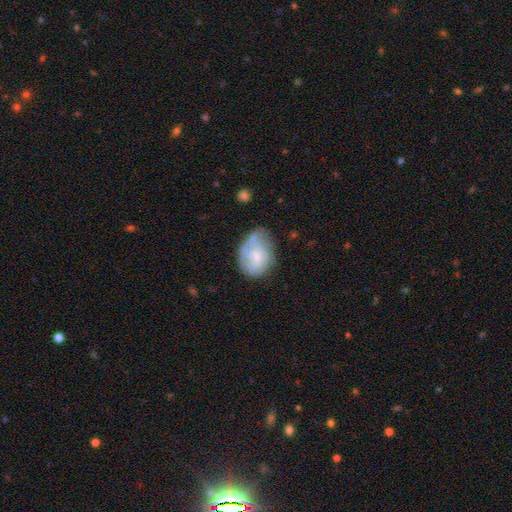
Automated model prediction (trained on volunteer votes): The model was most divided on "merging": none: 46%, minor disturbance: 34%, major disturbance: 16%, merger: 4%. More confident: edge-on disk — no (97%); spiral arms — yes (75%); bar — no (60%); smooth or featured — featured or disk (55%); bulge size — small (50%).